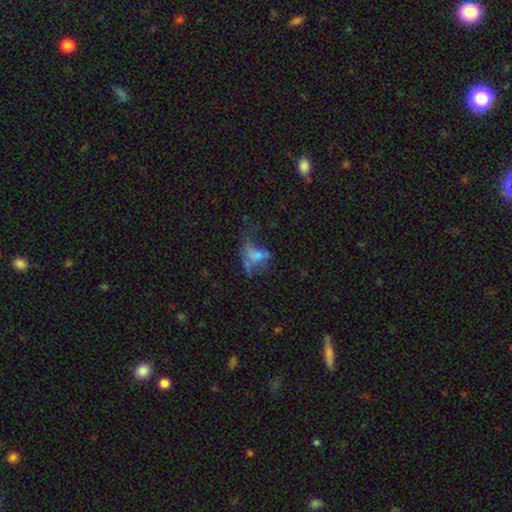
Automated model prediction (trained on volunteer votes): This is possibly a smooth galaxy (46%). Merging: marginally major disturbance (44%).